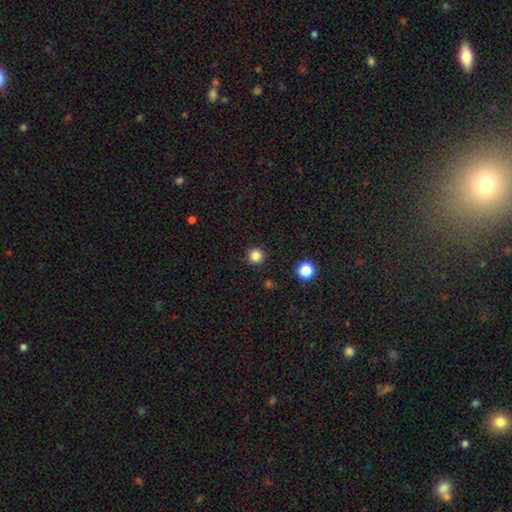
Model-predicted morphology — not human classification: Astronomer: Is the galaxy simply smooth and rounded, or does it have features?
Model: smooth — 85%.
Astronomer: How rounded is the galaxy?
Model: round — 96%.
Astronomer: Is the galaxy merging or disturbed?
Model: none — 92%.